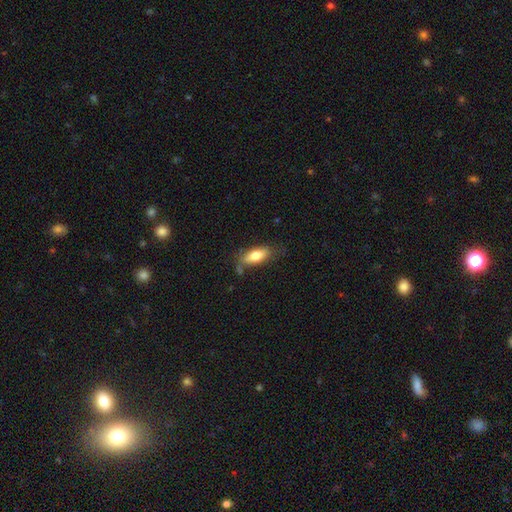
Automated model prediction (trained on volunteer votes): Smooth or featured? Predicted: smooth (p=0.75). How rounded? Predicted: in between (p=0.76). Merging? Predicted: none (p=0.63).